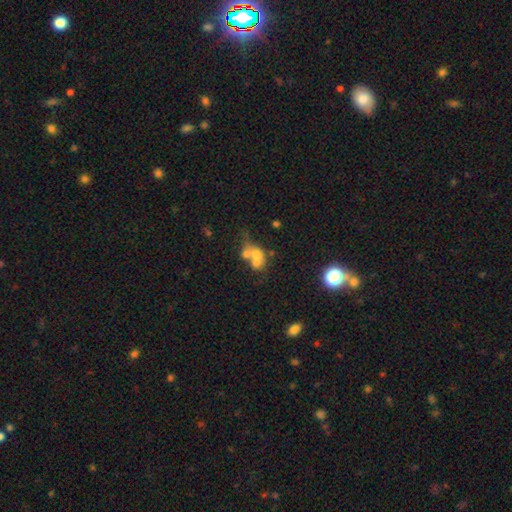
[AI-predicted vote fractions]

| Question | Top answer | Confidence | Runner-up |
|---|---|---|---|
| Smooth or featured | smooth | 56% | featured or disk (31%) |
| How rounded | round | 53% | in between (45%) |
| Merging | merger | 62% | none (21%) |